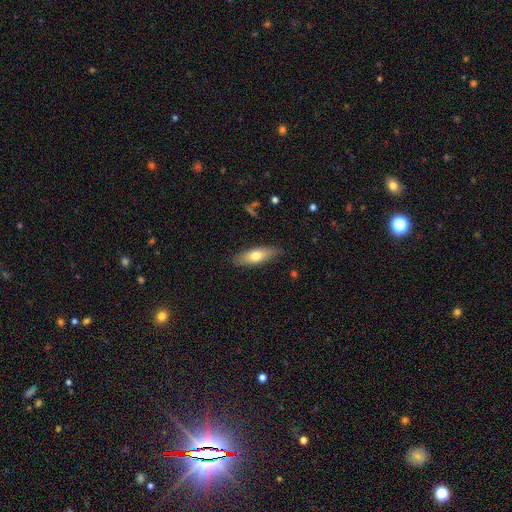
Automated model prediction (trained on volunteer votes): smooth-or-featured: smooth: 67% | featured or disk: 27% | star or artifact: 6%
  how-rounded: in between: 57% | cigar-shaped: 40% | round: 3%
  merging: none: 86% | minor disturbance: 11% | major disturbance: 2% | merger: 1%